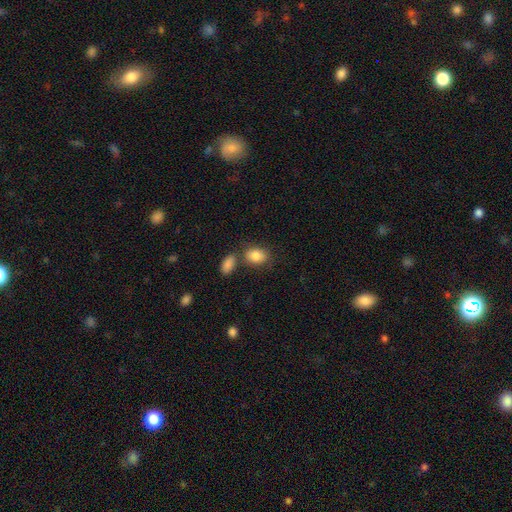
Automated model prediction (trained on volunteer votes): This is clearly a smooth galaxy (84%). How rounded: likely in between (76%). Merging: likely none (61%).